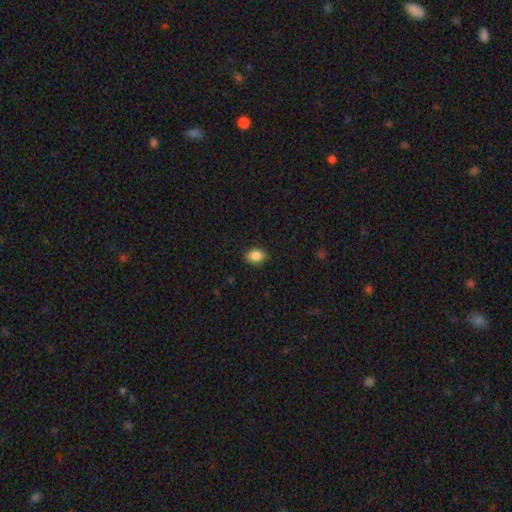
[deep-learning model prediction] A smooth galaxy with no disk features (87%) that is in between round and cigar-shaped (69%). Merging: none (87%).